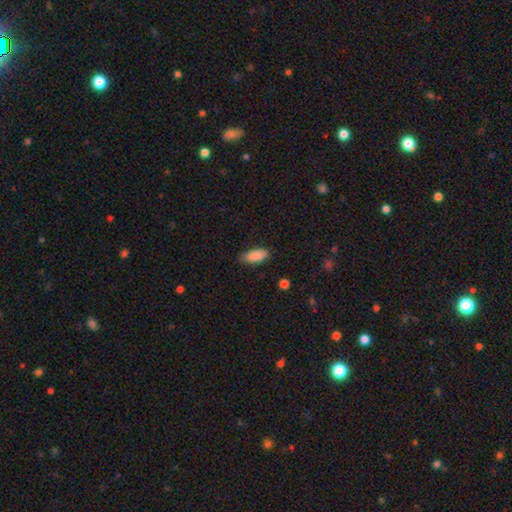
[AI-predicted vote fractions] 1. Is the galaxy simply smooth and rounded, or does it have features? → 87% smooth, 7% featured or disk, 7% star or artifact.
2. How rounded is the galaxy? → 86% in between, 12% cigar-shaped, 2% round.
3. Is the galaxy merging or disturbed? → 75% none, 20% minor disturbance, 3% major disturbance, 1% merger.